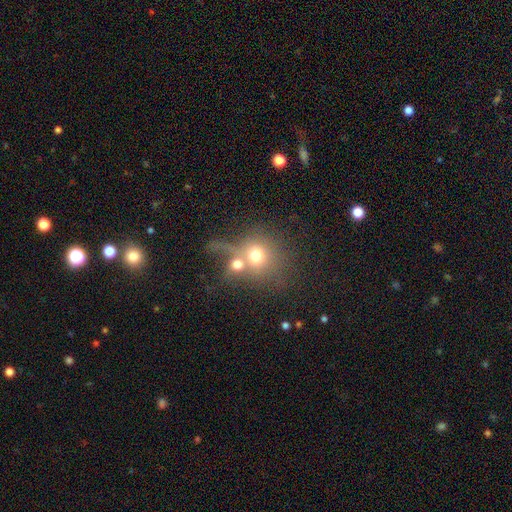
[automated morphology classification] type=smooth (64%); roundness=round (79%); merging=merger (60%).